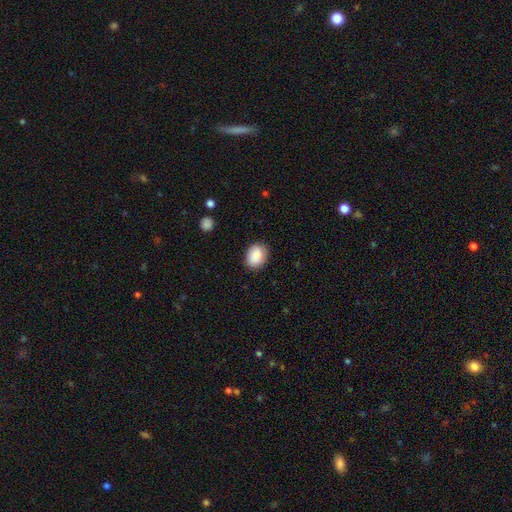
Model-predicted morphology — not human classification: This appears to be a smooth galaxy with no disk features (87%) that is in between round and cigar-shaped (66%). Merging: none (83%).